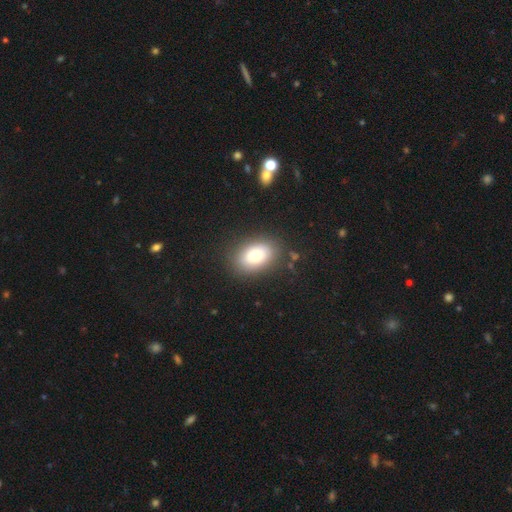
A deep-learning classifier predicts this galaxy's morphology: A smooth galaxy with no disk features (80%) that is in between round and cigar-shaped (84%).

Vote fractions:
- Smooth or featured? smooth: 80% / featured or disk: 11% / star or artifact: 9%
- How rounded? in between: 84% / round: 14% / cigar-shaped: 1%
- Merging? none: 84% / minor disturbance: 10% / major disturbance: 4% / merger: 2%